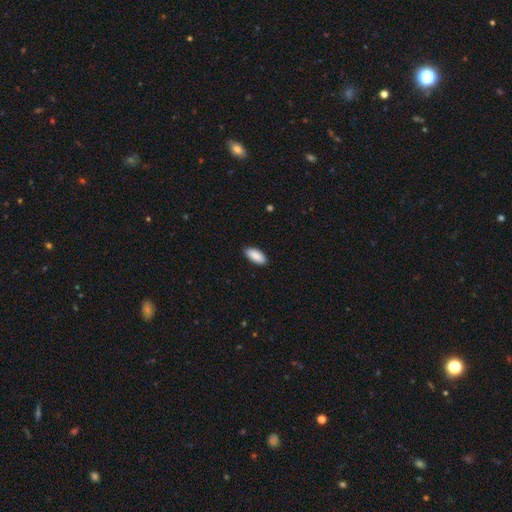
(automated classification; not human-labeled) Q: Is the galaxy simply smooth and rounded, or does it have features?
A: smooth — 90%.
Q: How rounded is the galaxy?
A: in between — 87%.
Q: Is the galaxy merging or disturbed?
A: none — 88%.